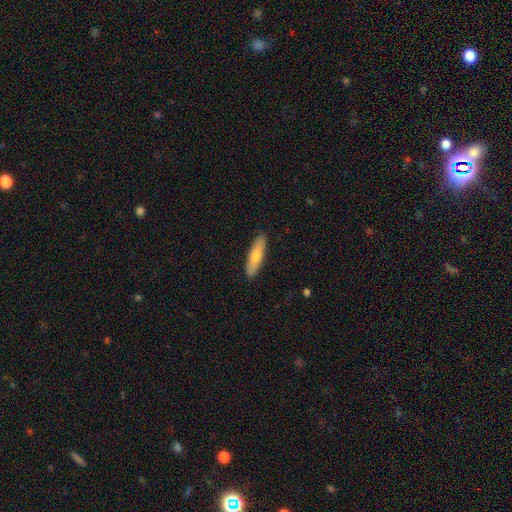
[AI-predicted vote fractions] Smooth or featured? smooth (63%)
How rounded? cigar-shaped (72%)
Merging? none (90%)